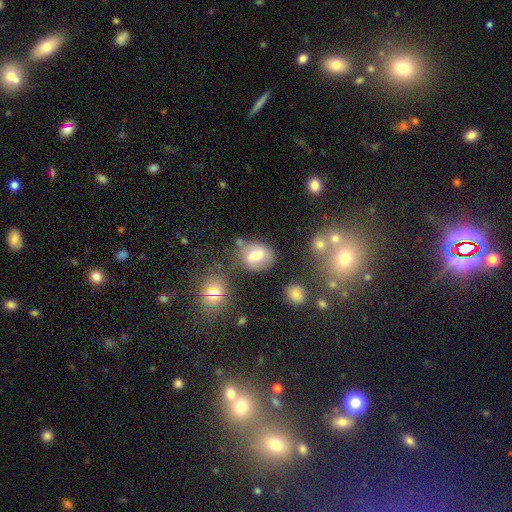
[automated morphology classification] Overall: smooth (65%). How rounded: in between (53%; round 45%). Merging: none (61%).